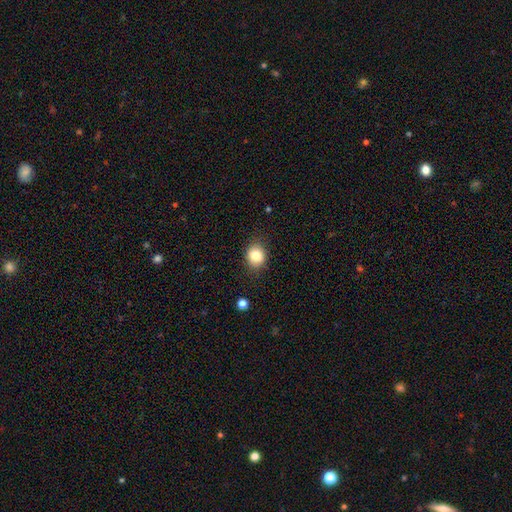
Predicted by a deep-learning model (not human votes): smooth-or-featured: smooth: 82% | star or artifact: 10% | featured or disk: 8%
  how-rounded: round: 63% | in between: 36% | cigar-shaped: 1%
  merging: none: 83% | minor disturbance: 12% | major disturbance: 3% | merger: 1%